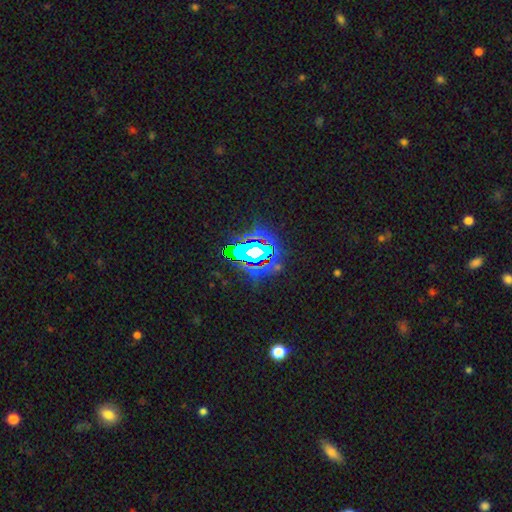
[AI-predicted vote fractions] This appears to be a star or artifact, not a galaxy (82%).